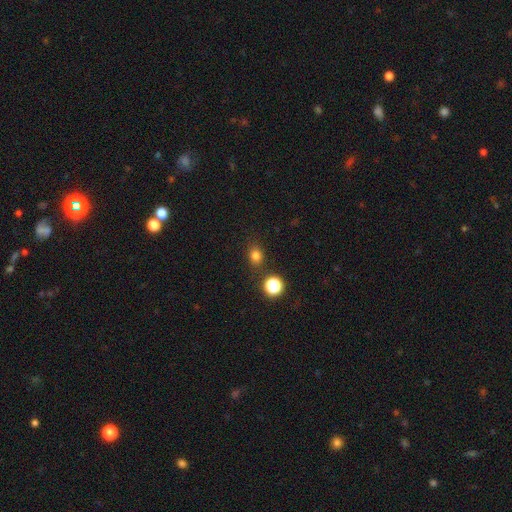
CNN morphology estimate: Smooth or featured? smooth (77%)
How rounded? round (60%)
Merging? none (83%)